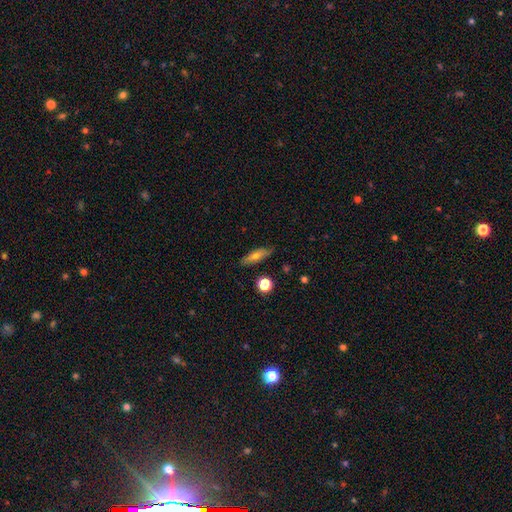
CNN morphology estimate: A smooth galaxy with no disk features (61%) that is cigar-shaped (53%).

Vote fractions:
- Smooth or featured? smooth: 61% / featured or disk: 30% / star or artifact: 9%
- How rounded? cigar-shaped: 53% / in between: 42% / round: 5%
- Merging? none: 84% / minor disturbance: 12% / major disturbance: 2% / merger: 2%